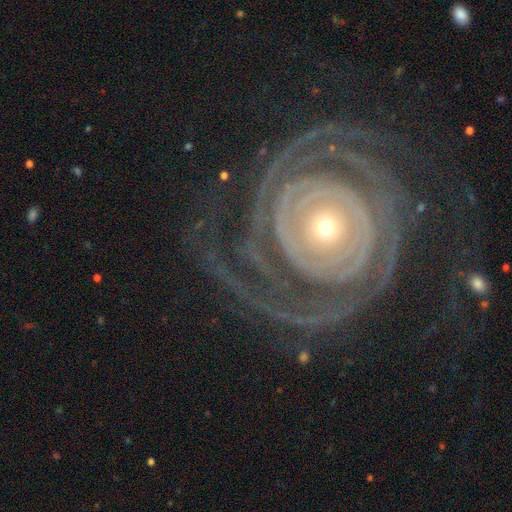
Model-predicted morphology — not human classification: The model was most divided on "spiral arm count": 2: 35%, can't tell: 19%, 3: 16%, 4: 11%, more than 4: 11%, 1: 8%. More confident: edge-on disk — no (97%); spiral arms — yes (97%); smooth or featured — featured or disk (89%); spiral winding — tight (85%); bar — no (75%); merging — none (74%); bulge size — small (65%).